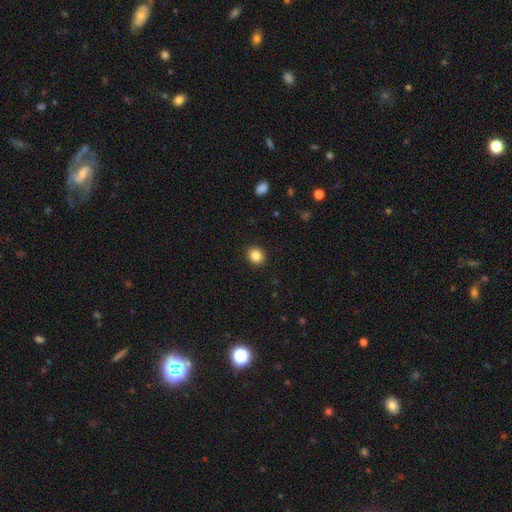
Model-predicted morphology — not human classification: This is clearly a smooth galaxy (85%). How rounded: likely round (77%). Merging: clearly none (91%).